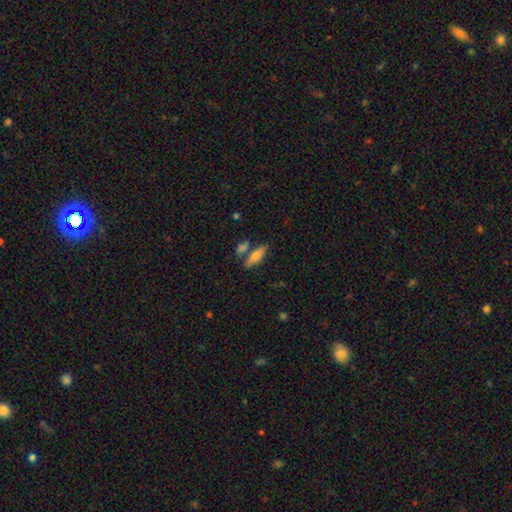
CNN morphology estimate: type=smooth (62%); roundness=cigar-shaped (48%, tied with in between); merging=none (66%).